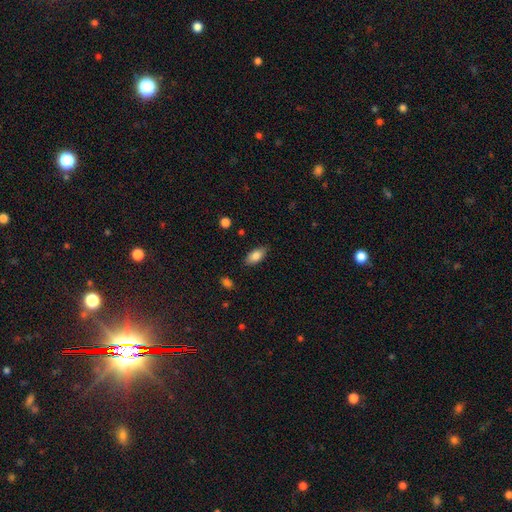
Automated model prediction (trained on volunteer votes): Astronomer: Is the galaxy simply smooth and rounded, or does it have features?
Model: smooth — 82%.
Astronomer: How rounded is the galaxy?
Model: in between — 88%.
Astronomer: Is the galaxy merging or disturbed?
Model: none — 83%.